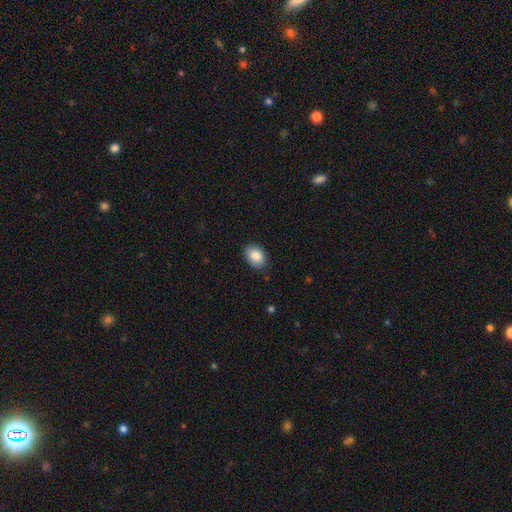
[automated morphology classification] Smooth or featured?
  - smooth: 86% *
  - star or artifact: 8%
  - featured or disk: 6%
How rounded?
  - in between: 78% *
  - round: 21%
  - cigar-shaped: 1%
Merging?
  - none: 86% *
  - minor disturbance: 11%
  - major disturbance: 2%
  - merger: 1%